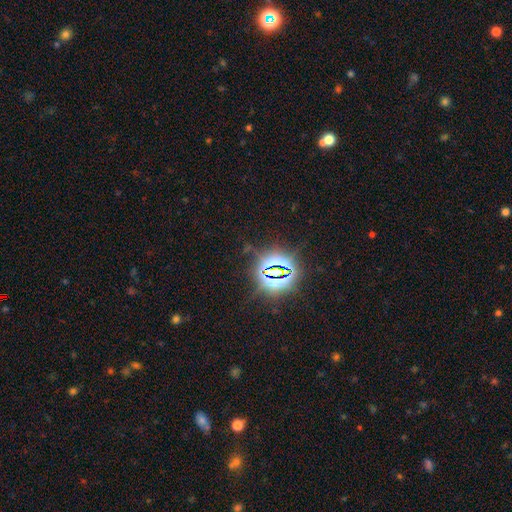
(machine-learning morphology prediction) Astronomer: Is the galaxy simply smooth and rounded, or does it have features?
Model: star or artifact — 83%.